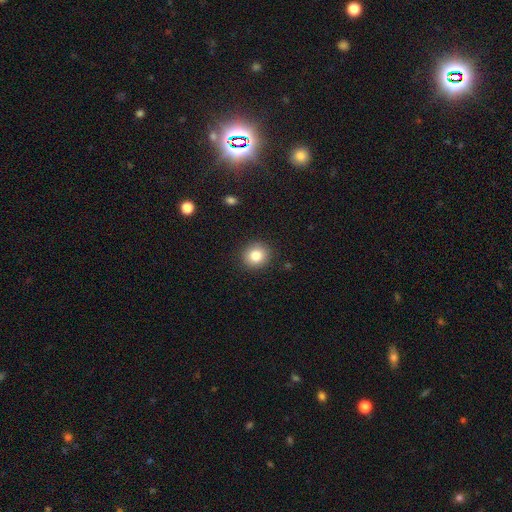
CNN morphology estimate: A smooth galaxy with no disk features (83%) that is round (84%). Merging: none (91%).